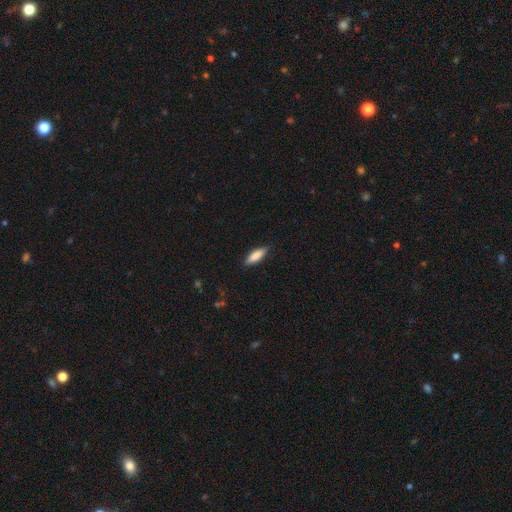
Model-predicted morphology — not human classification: smooth_or_featured: smooth (p=0.82) [alt: featured or disk p=0.12]
how_rounded: in between (p=0.51) [alt: cigar-shaped p=0.47]
merging: none (p=0.86) [alt: minor disturbance p=0.11]